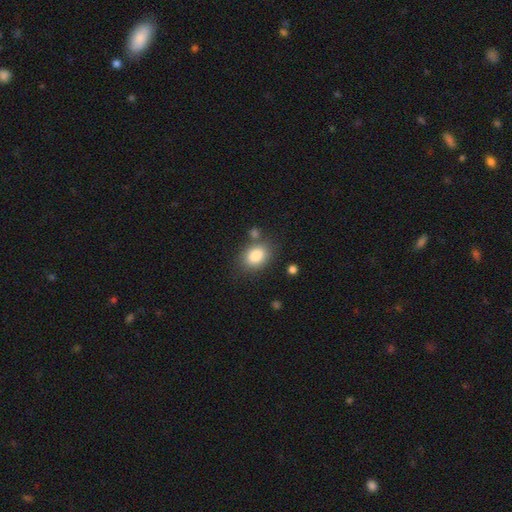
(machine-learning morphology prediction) Q: Smooth or featured?
A: smooth (84%); runner-up: star or artifact (8%)
Q: How rounded?
A: in between (67%); runner-up: round (32%)
Q: Merging?
A: none (73%); runner-up: minor disturbance (13%)